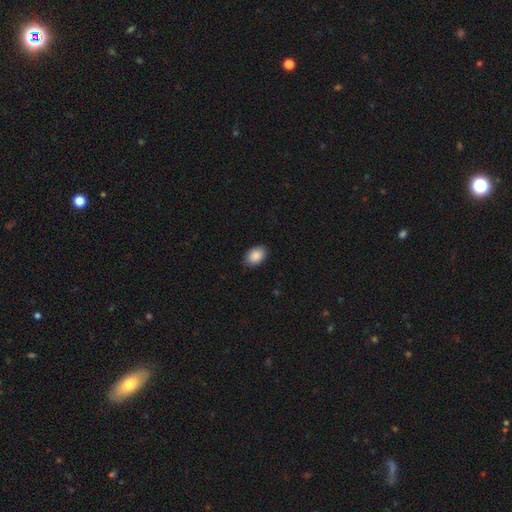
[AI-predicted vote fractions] Smooth or featured?
  - smooth: 89% *
  - star or artifact: 7%
  - featured or disk: 4%
How rounded?
  - in between: 84% *
  - round: 15%
  - cigar-shaped: 1%
Merging?
  - none: 87% *
  - minor disturbance: 10%
  - major disturbance: 2%
  - merger: 1%